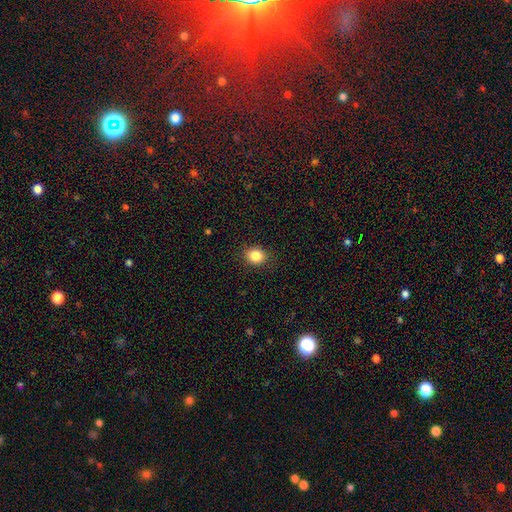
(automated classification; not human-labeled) Smooth or featured? Predicted: smooth (p=0.85). How rounded? Predicted: round (p=0.63). Merging? Predicted: none (p=0.88).